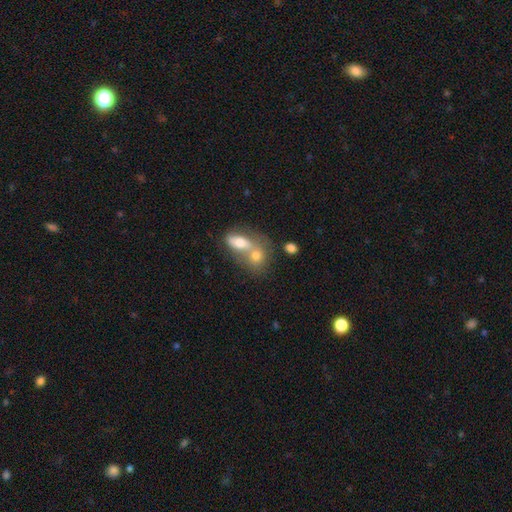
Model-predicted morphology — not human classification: The model was most divided on "how rounded": in between: 59%, round: 38%, cigar-shaped: 3%. More confident: smooth or featured — smooth (71%); merging — merger (69%).